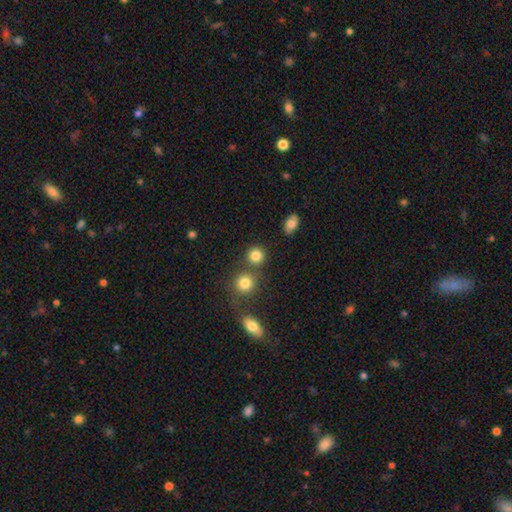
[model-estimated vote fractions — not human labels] The model was most divided on "merging": none: 73%, merger: 15%, minor disturbance: 8%, major disturbance: 3%. More confident: how rounded — round (89%); smooth or featured — smooth (83%).